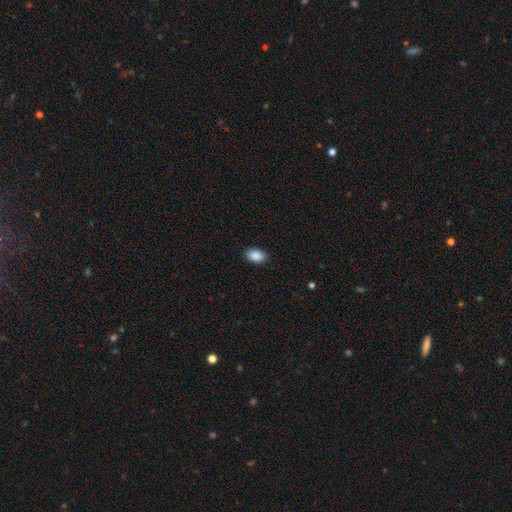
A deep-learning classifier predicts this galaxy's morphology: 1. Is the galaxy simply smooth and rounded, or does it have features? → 90% smooth, 8% star or artifact, 3% featured or disk.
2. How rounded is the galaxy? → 88% in between, 11% round, 1% cigar-shaped.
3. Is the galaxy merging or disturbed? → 90% none, 7% minor disturbance, 2% major disturbance, 1% merger.